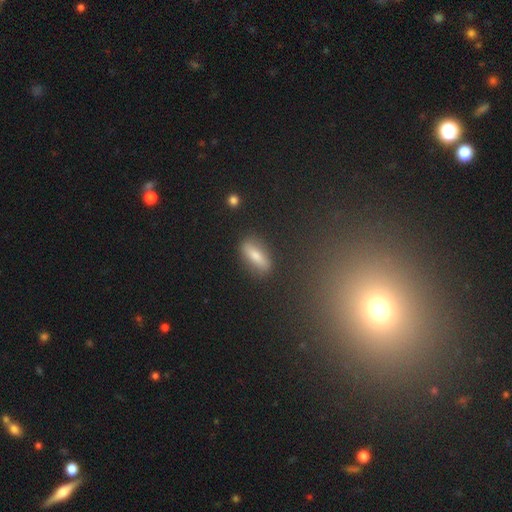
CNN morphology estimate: Q: Smooth or featured?
A: smooth (69%); runner-up: featured or disk (22%)
Q: How rounded?
A: in between (55%); runner-up: cigar-shaped (40%)
Q: Merging?
A: none (82%); runner-up: minor disturbance (12%)